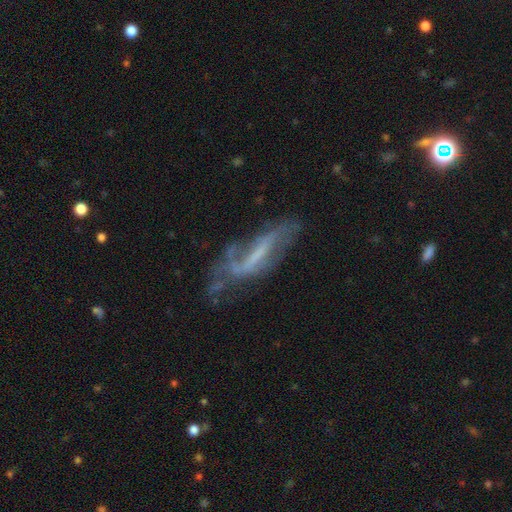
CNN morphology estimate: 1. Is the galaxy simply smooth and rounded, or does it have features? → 68% featured or disk, 22% smooth, 10% star or artifact.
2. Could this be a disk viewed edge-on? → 73% no, 27% yes.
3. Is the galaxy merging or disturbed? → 41% none, 27% major disturbance, 26% minor disturbance, 6% merger.